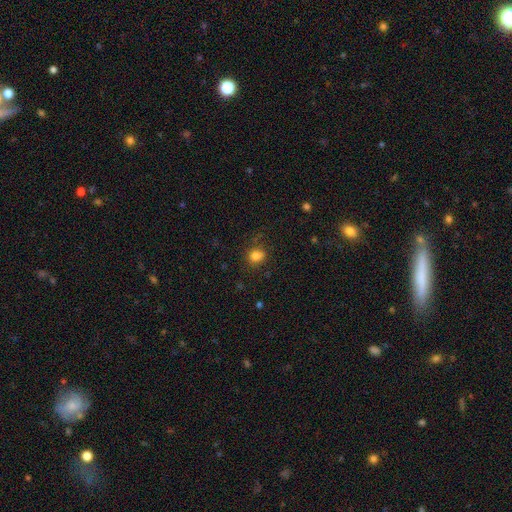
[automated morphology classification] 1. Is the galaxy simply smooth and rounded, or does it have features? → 80% smooth, 13% star or artifact, 7% featured or disk.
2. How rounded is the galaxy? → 66% round, 33% in between, 1% cigar-shaped.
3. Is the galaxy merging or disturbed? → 70% none, 19% minor disturbance, 7% major disturbance, 4% merger.